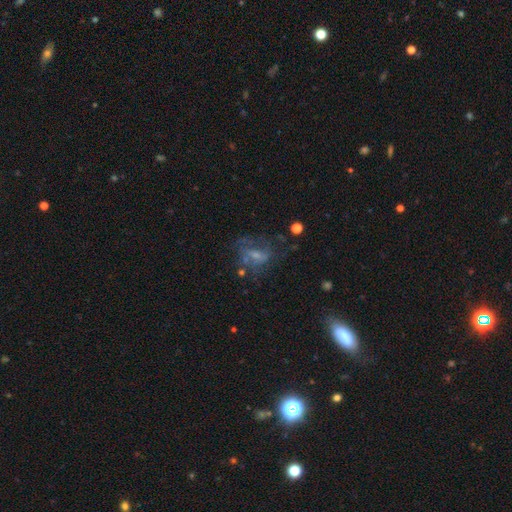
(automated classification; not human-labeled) Smooth or featured? Predicted: featured or disk (p=0.53). Edge-on disk? Predicted: no (p=0.94). Merging? Predicted: none (p=0.44).